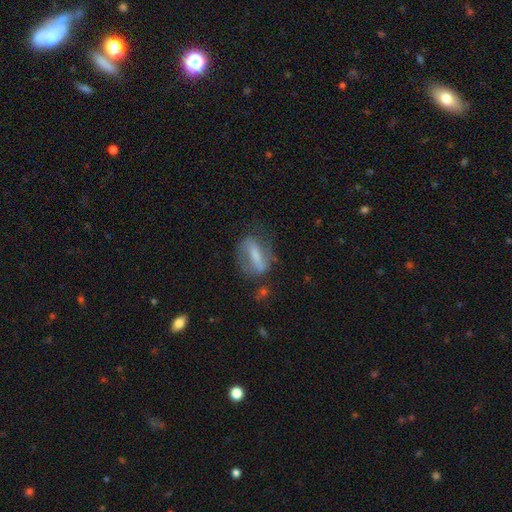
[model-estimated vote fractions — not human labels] Smooth or featured?
  - featured or disk: 51% *
  - smooth: 40%
  - star or artifact: 9%
Edge-on disk?
  - no: 83% *
  - yes: 17%
Merging?
  - none: 59% *
  - minor disturbance: 22%
  - major disturbance: 16%
  - merger: 3%